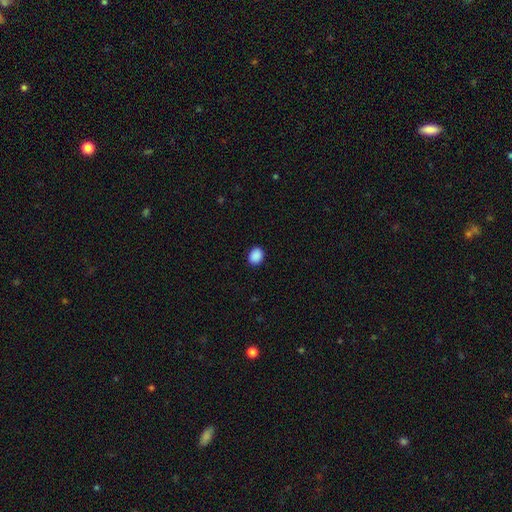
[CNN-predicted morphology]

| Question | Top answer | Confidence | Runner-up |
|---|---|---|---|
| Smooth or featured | smooth | 90% | star or artifact (8%) |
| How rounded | in between | 50% | round (49%) |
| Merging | none | 90% | minor disturbance (7%) |